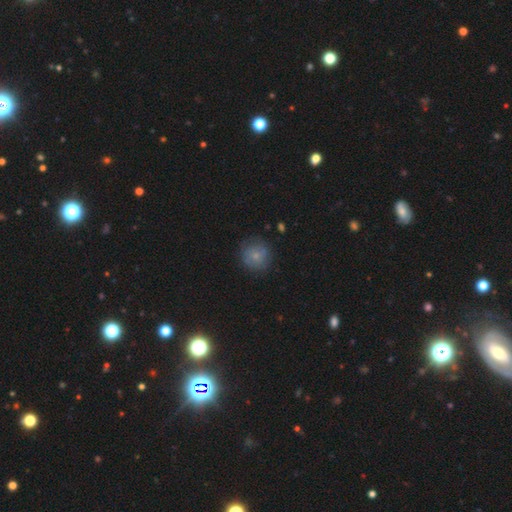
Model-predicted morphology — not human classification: Overall: smooth (73%). How rounded: round (91%). Merging: none (77%).